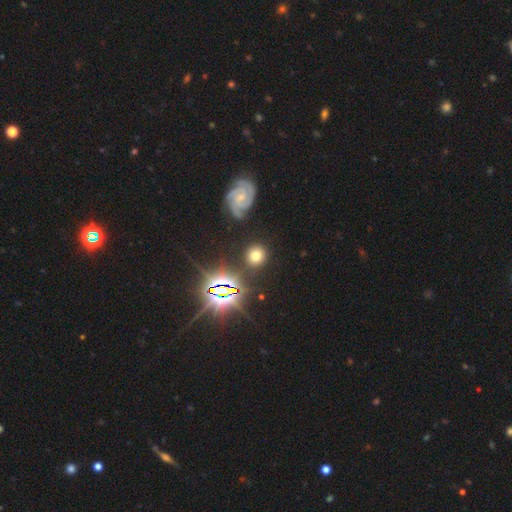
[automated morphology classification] smooth_or_featured: smooth (p=0.57) [alt: star or artifact p=0.23]
how_rounded: round (p=0.87) [alt: in between p=0.12]
merging: none (p=0.85) [alt: minor disturbance p=0.09]